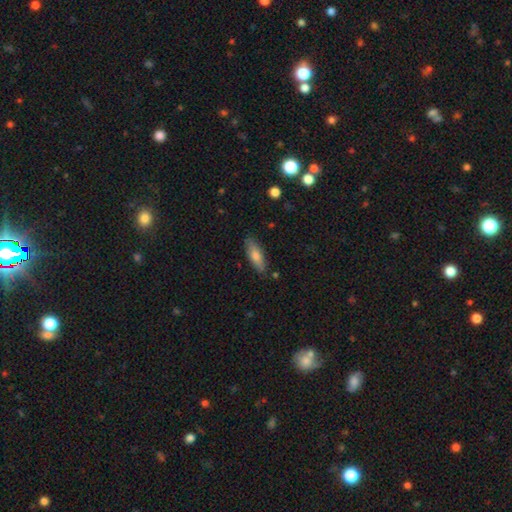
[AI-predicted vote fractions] Smooth or featured? Predicted: smooth (p=0.72). How rounded? Predicted: in between (p=0.57). Merging? Predicted: none (p=0.85).